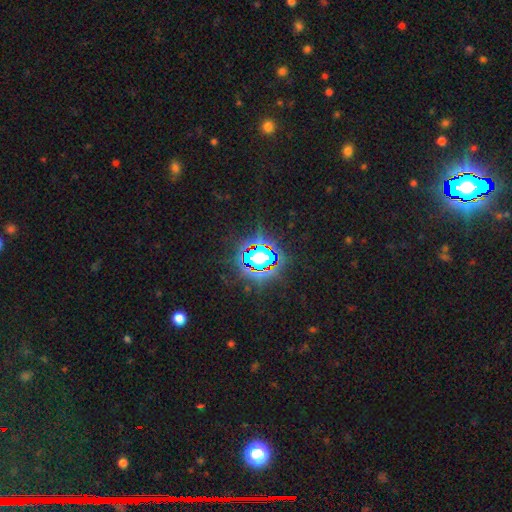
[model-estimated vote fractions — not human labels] smooth-or-featured: star or artifact: 74% | smooth: 15% | featured or disk: 11%